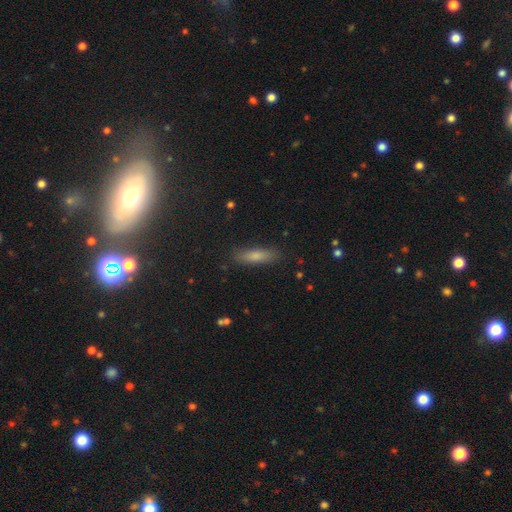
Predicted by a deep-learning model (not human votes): Q: Smooth or featured?
A: smooth (64%); runner-up: featured or disk (19%)
Q: How rounded?
A: cigar-shaped (65%); runner-up: in between (32%)
Q: Merging?
A: none (86%); runner-up: minor disturbance (10%)